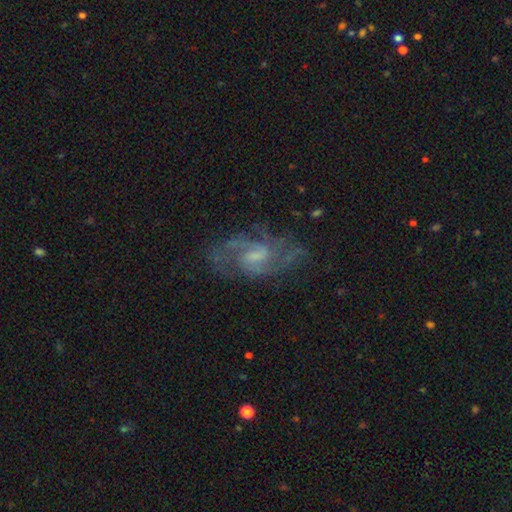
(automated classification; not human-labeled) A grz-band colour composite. It shows a featured or disk galaxy (83%) with a weak bar (58%), 2 (58%) medium (53%) spiral arms (93%) and a small central bulge (45%). Merging: none (68%).